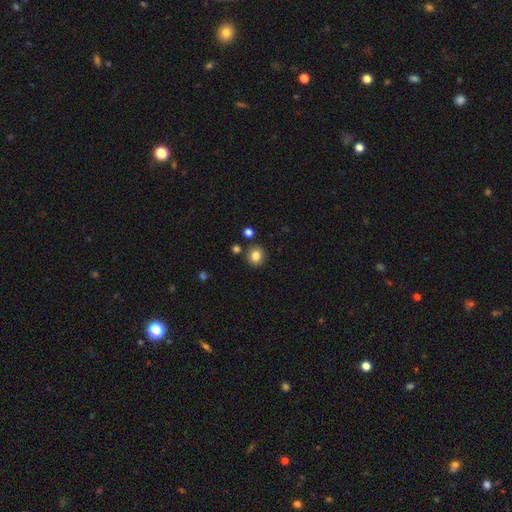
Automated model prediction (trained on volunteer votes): Q: Smooth or featured?
A: smooth (83%); runner-up: star or artifact (11%)
Q: How rounded?
A: round (82%); runner-up: in between (17%)
Q: Merging?
A: none (85%); runner-up: minor disturbance (8%)